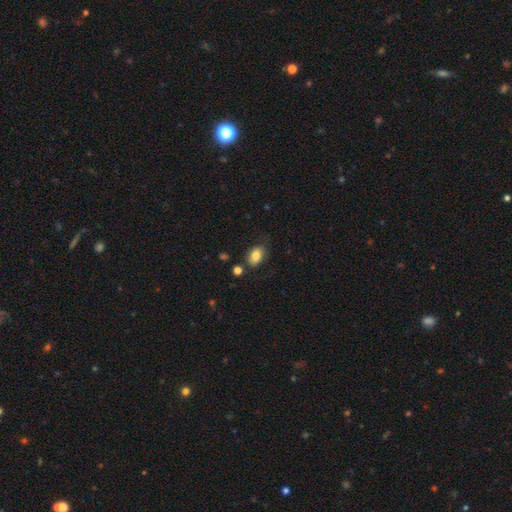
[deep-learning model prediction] smooth_or_featured: smooth (p=0.83) [alt: featured or disk p=0.09]
how_rounded: in between (p=0.86) [alt: round p=0.13]
merging: none (p=0.74) [alt: minor disturbance p=0.18]